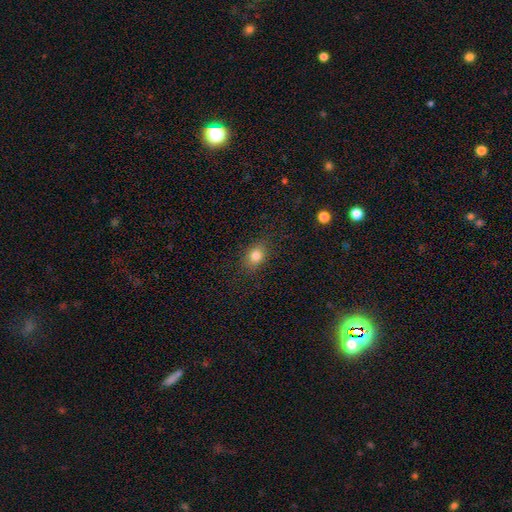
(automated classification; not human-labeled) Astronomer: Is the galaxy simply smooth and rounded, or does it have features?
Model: smooth — 82%.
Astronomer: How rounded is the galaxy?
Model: in between — 64%.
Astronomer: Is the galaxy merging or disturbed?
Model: none — 85%.